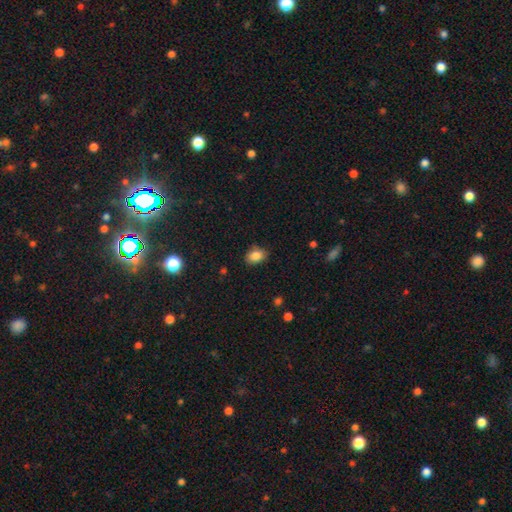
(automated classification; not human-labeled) The model was most divided on "how rounded": in between: 76%, round: 23%, cigar-shaped: 1%. More confident: smooth or featured — smooth (85%); merging — none (80%).